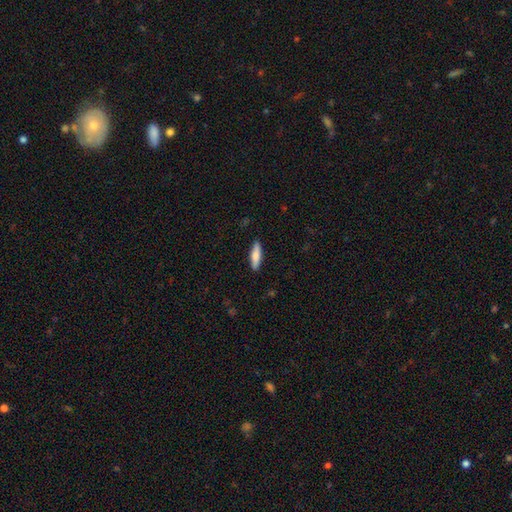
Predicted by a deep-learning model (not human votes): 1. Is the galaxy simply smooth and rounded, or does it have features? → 73% smooth, 22% featured or disk, 6% star or artifact.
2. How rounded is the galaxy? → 70% cigar-shaped, 29% in between, 2% round.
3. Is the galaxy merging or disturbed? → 90% none, 7% minor disturbance, 2% major disturbance, 1% merger.